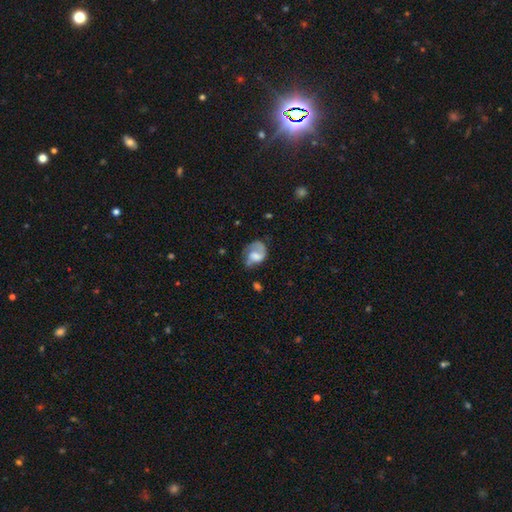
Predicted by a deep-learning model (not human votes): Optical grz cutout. It shows a featured or disk galaxy (54%) with no bar (59%), spiral arms (76%) and no central bulge (27%, tied with moderate). Merging: none (40%).